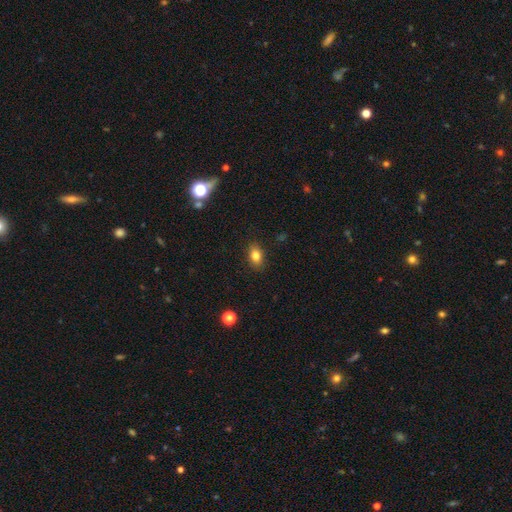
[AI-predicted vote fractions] Morphology: type=smooth (82%); roundness=in between (81%); merging=none (87%).